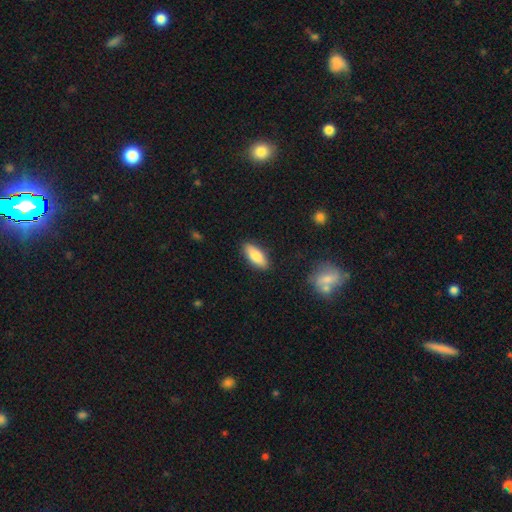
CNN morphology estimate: Overall: smooth (81%). How rounded: in between (74%). Merging: none (87%).